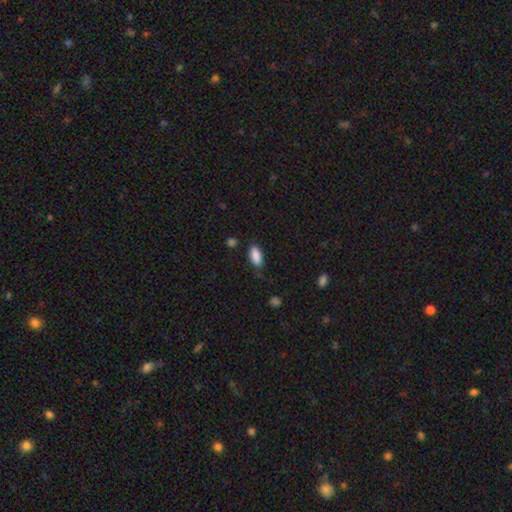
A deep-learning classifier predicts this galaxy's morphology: type=smooth (89%); roundness=in between (86%); merging=none (81%).